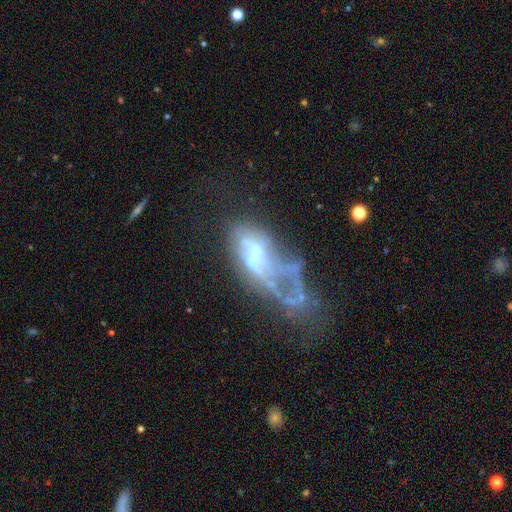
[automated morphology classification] smooth-or-featured: featured or disk: 62% | smooth: 23% | star or artifact: 15%
  disk-edge-on: no: 93% | yes: 7%
    bar: no: 77% | weak: 17% | strong: 6%
    has-spiral-arms: no: 77% | yes: 23%
    bulge-size: none: 41% | small: 28% | moderate: 23% | large: 6% | dominant: 2%
  merging: major disturbance: 47% | merger: 25% | none: 15% | minor disturbance: 13%